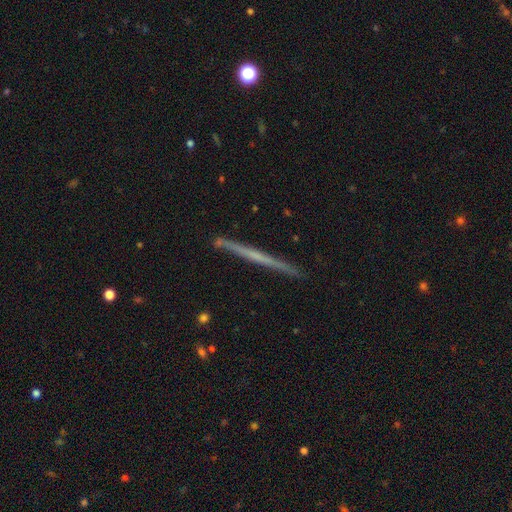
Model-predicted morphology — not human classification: type=featured or disk (63%); edge-on=yes (98%); edge-on bulge=none (80%); merging=none (91%).